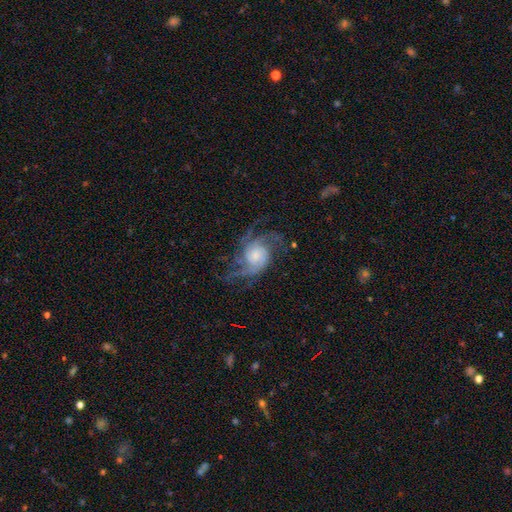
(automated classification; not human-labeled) Smooth or featured? featured or disk (86%)
Edge-on disk? no (97%)
Bar? no (66%)
Spiral arms? yes (97%)
Spiral winding? medium (50%)
Spiral arm count? 3 (30%)
Bulge size? moderate (36%)
Merging? none (60%)